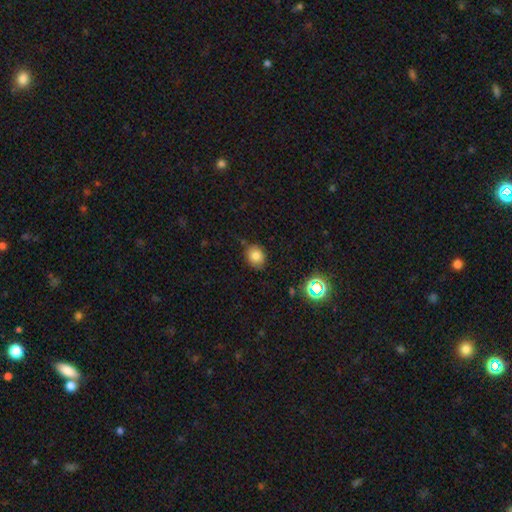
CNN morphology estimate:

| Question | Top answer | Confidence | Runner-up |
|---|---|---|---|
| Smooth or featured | smooth | 80% | star or artifact (12%) |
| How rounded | round | 63% | in between (36%) |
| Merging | none | 76% | minor disturbance (18%) |